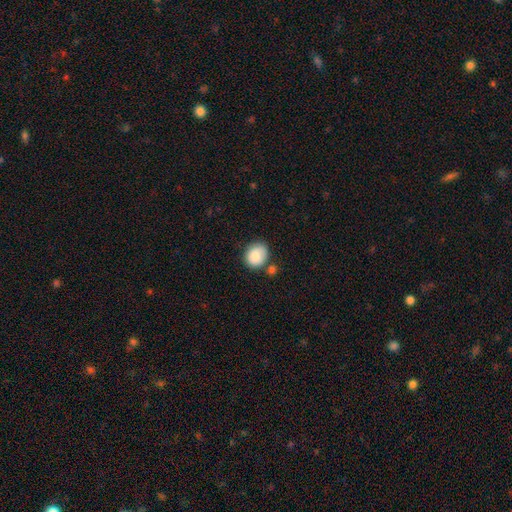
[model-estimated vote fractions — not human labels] Smooth or featured?
  - smooth: 85% *
  - featured or disk: 8%
  - star or artifact: 7%
How rounded?
  - round: 68% *
  - in between: 31%
  - cigar-shaped: 1%
Merging?
  - none: 68% *
  - minor disturbance: 17%
  - merger: 11%
  - major disturbance: 4%